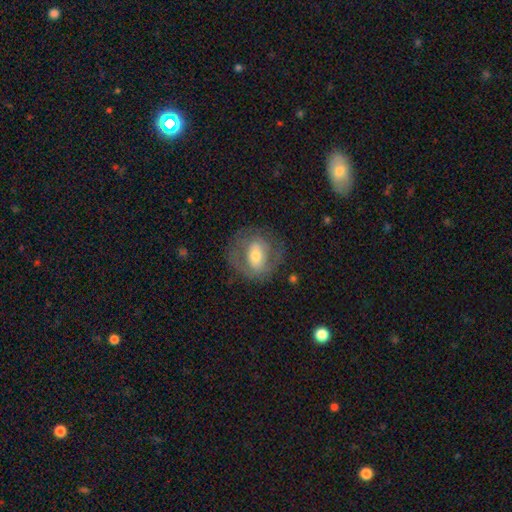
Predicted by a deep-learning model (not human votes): Smooth or featured? featured or disk (51%)
Edge-on disk? no (93%)
Merging? none (70%)